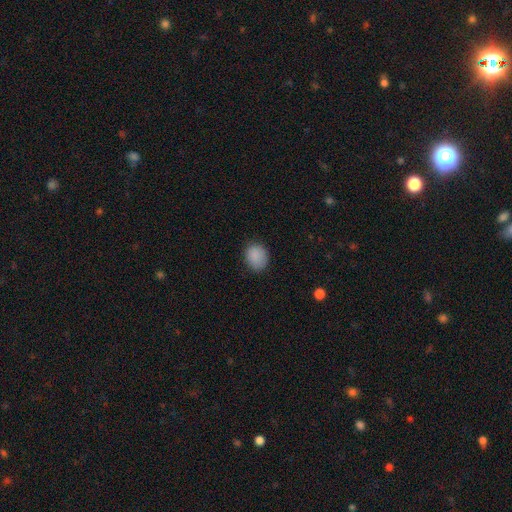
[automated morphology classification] Q: Smooth or featured?
A: smooth (88%); runner-up: star or artifact (9%)
Q: How rounded?
A: round (58%); runner-up: in between (41%)
Q: Merging?
A: none (81%); runner-up: minor disturbance (15%)